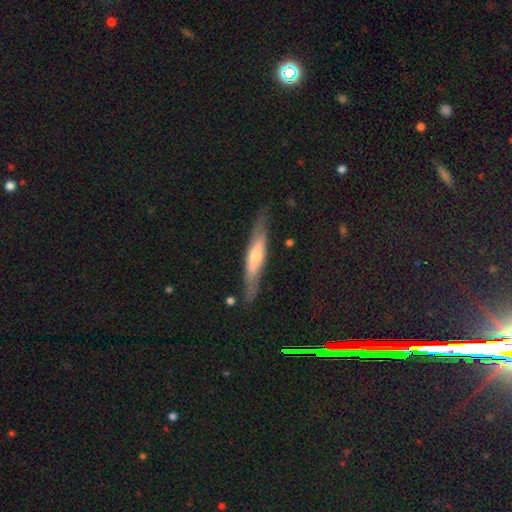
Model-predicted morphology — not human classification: Smooth or featured? featured or disk (56%)
Edge-on disk? yes (74%)
Merging? none (76%)